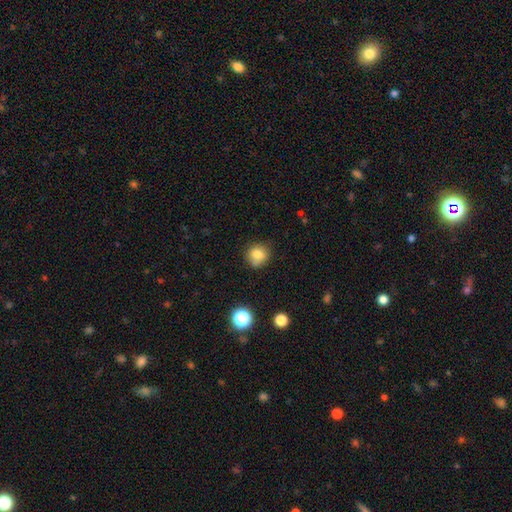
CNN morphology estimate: Smooth or featured: smooth — 79% (star or artifact — 12%)
How rounded: round — 81% (in between — 18%)
Merging: none — 73% (minor disturbance — 18%)